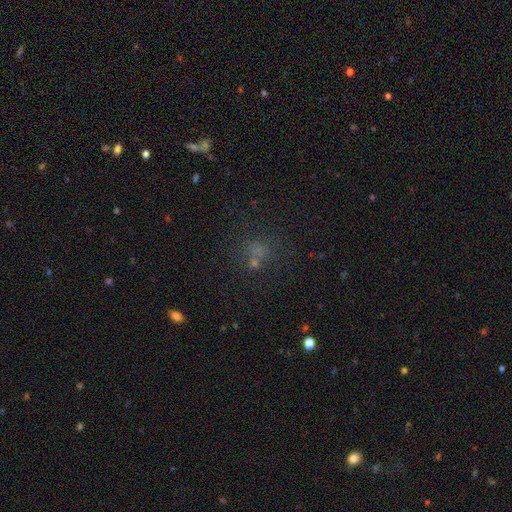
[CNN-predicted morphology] type=smooth (49%); merging=none (62%).